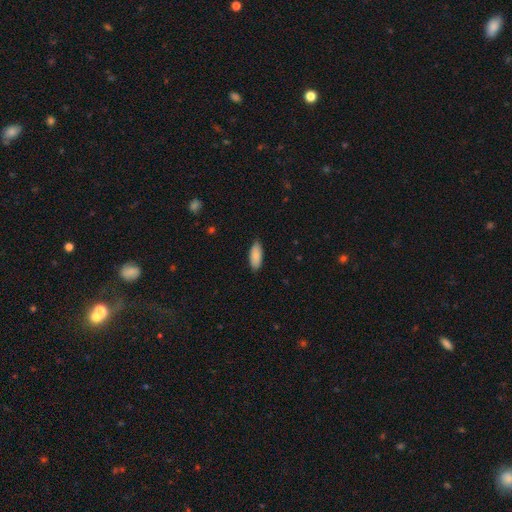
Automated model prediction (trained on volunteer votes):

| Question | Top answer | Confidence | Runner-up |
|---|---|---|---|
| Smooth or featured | smooth | 87% | featured or disk (8%) |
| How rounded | in between | 80% | cigar-shaped (18%) |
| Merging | none | 87% | minor disturbance (11%) |